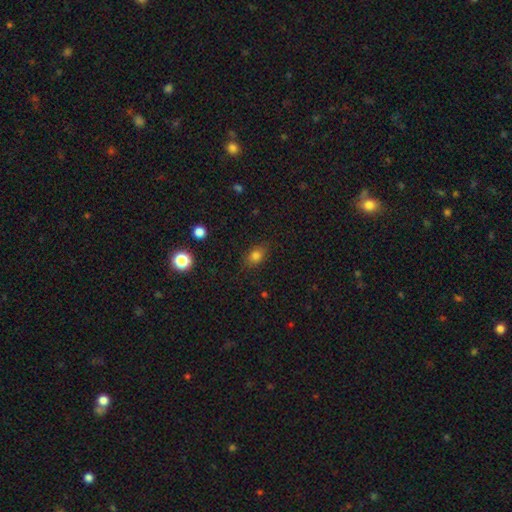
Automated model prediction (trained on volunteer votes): The model was most divided on "how rounded": in between: 70%, round: 27%, cigar-shaped: 2%. More confident: merging — none (82%); smooth or featured — smooth (80%).